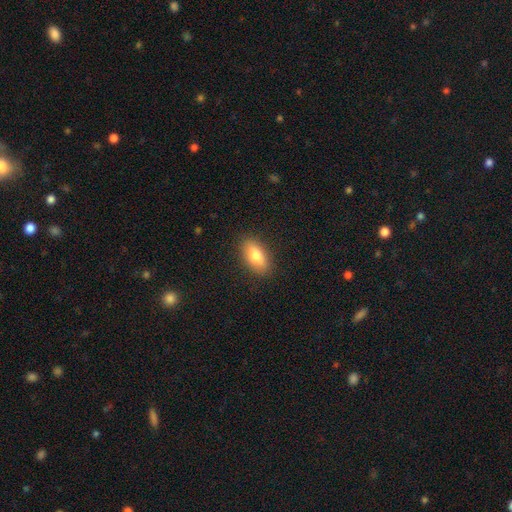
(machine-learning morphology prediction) Smooth or featured?
  - smooth: 78% *
  - featured or disk: 15%
  - star or artifact: 7%
How rounded?
  - in between: 84% *
  - cigar-shaped: 12%
  - round: 4%
Merging?
  - none: 87% *
  - minor disturbance: 9%
  - major disturbance: 2%
  - merger: 1%